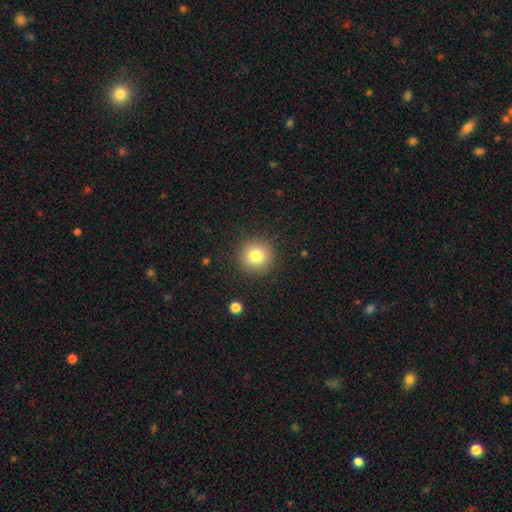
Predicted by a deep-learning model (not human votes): Smooth or featured: smooth — 80% (star or artifact — 11%)
How rounded: round — 94% (in between — 6%)
Merging: none — 90% (minor disturbance — 6%)